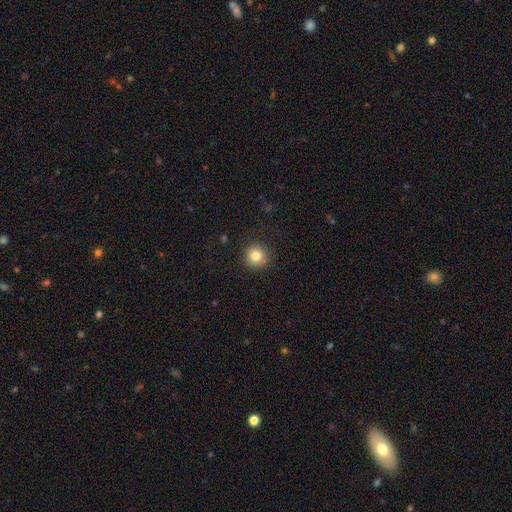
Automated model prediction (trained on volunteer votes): Q: Smooth or featured?
A: smooth (82%); runner-up: star or artifact (11%)
Q: How rounded?
A: round (94%); runner-up: in between (5%)
Q: Merging?
A: none (88%); runner-up: minor disturbance (8%)